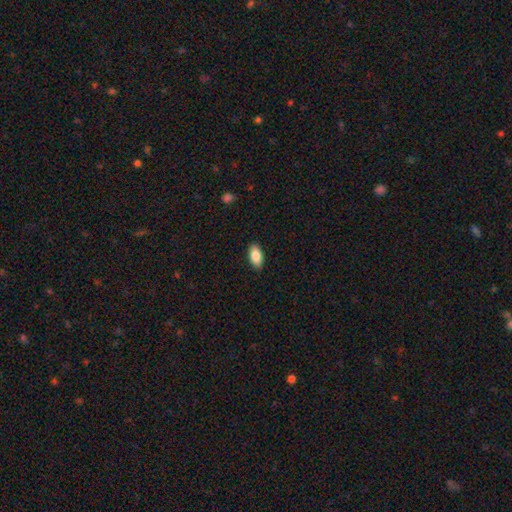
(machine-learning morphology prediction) The model was most divided on "smooth or featured": smooth: 85%, featured or disk: 9%, star or artifact: 7%. More confident: how rounded — in between (91%); merging — none (89%).